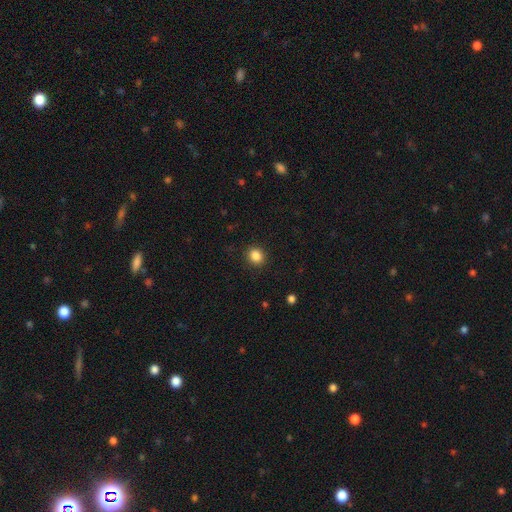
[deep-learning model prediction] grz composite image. It shows a smooth galaxy with no disk features (86%) that is round (76%). Merging: none (90%).